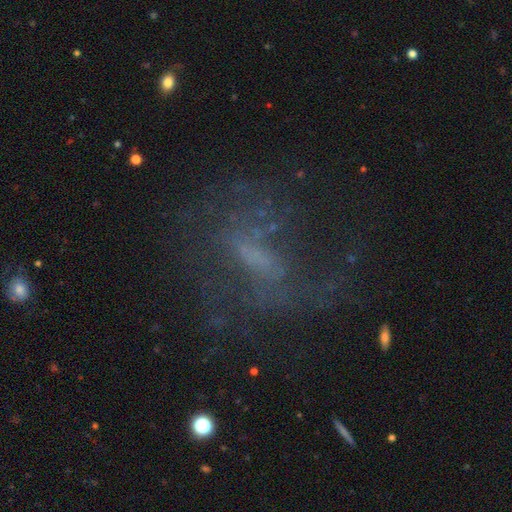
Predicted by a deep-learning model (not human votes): smooth-or-featured: featured or disk: 61% | star or artifact: 20% | smooth: 19%
  disk-edge-on: no: 91% | yes: 9%
    bar: weak: 40% | no: 34% | strong: 26%
    has-spiral-arms: yes: 56% | no: 44%
    bulge-size: none: 43% | small: 30% | moderate: 21% | large: 4% | dominant: 1%
  merging: none: 52% | major disturbance: 28% | minor disturbance: 18% | merger: 3%